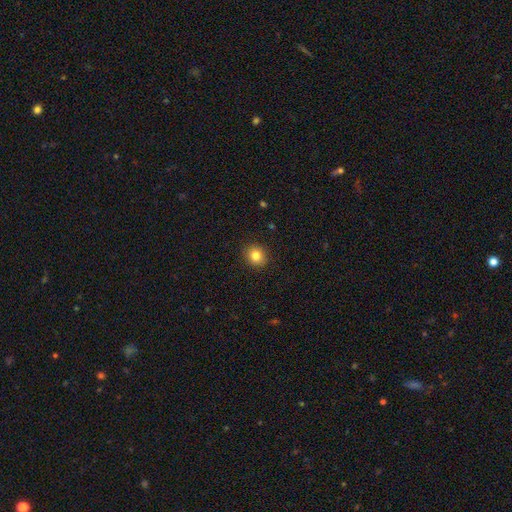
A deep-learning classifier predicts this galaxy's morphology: Q: Smooth or featured?
A: smooth (83%); runner-up: star or artifact (11%)
Q: How rounded?
A: round (85%); runner-up: in between (15%)
Q: Merging?
A: none (91%); runner-up: minor disturbance (6%)